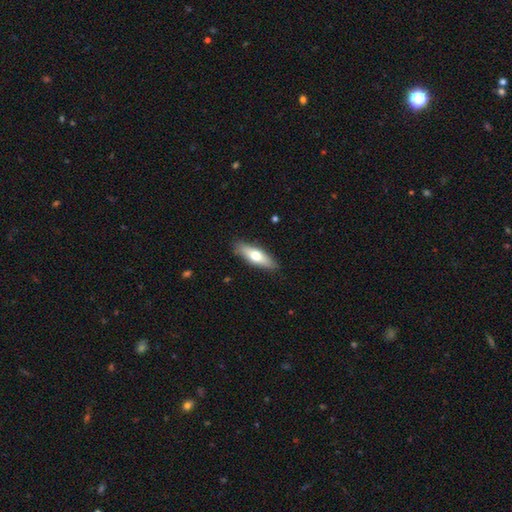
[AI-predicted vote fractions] Smooth or featured? Predicted: smooth (p=0.57). How rounded? Predicted: cigar-shaped (p=0.51). Merging? Predicted: none (p=0.88).